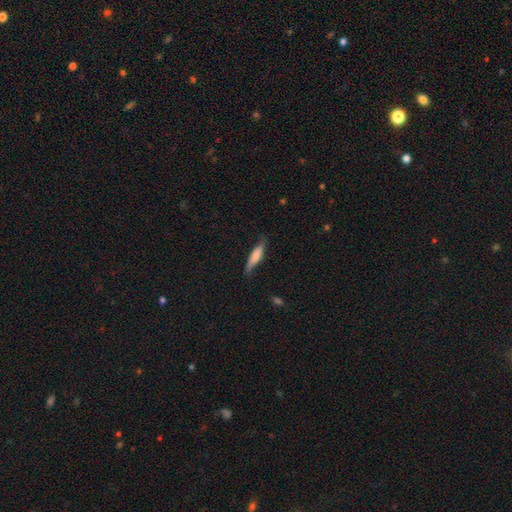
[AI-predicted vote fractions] A smooth galaxy with no disk features (68%) that is cigar-shaped (74%). Merging: none (62%).